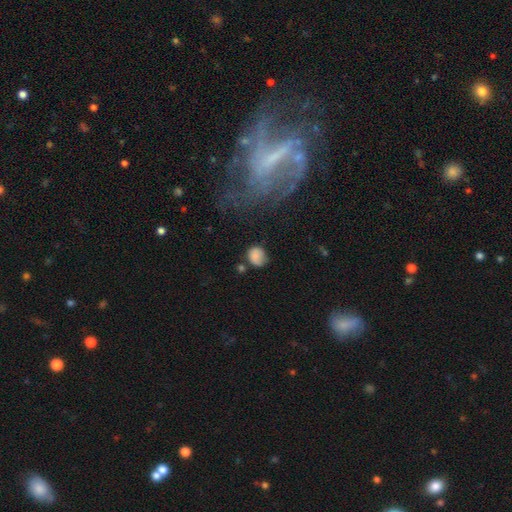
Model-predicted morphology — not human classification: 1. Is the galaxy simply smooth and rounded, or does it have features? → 80% smooth, 10% featured or disk, 10% star or artifact.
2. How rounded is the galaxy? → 67% round, 31% in between, 1% cigar-shaped.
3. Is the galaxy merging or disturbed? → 60% none, 25% minor disturbance, 8% major disturbance, 7% merger.